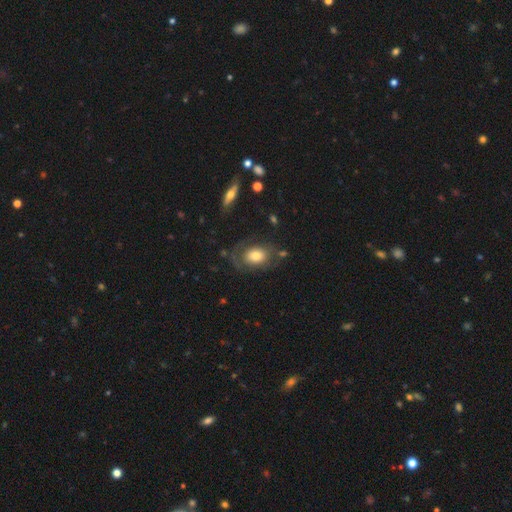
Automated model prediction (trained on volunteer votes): smooth 58%, featured or disk 34%, star or artifact 8%. Down the decision tree: how rounded — in between (76%); merging — none (60%).